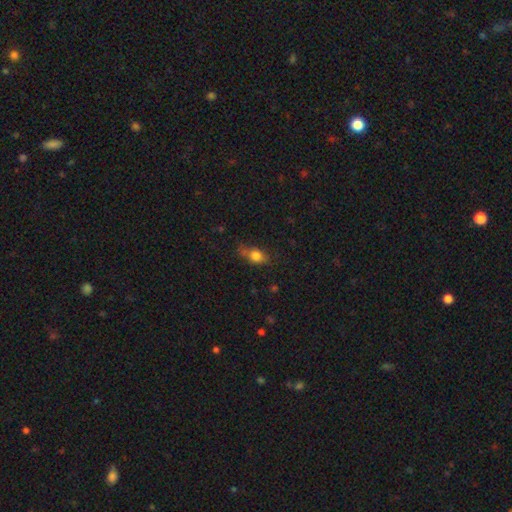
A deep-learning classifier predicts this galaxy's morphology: This is likely a smooth galaxy (76%). How rounded: likely in between (62%). Merging: possibly none (58%).